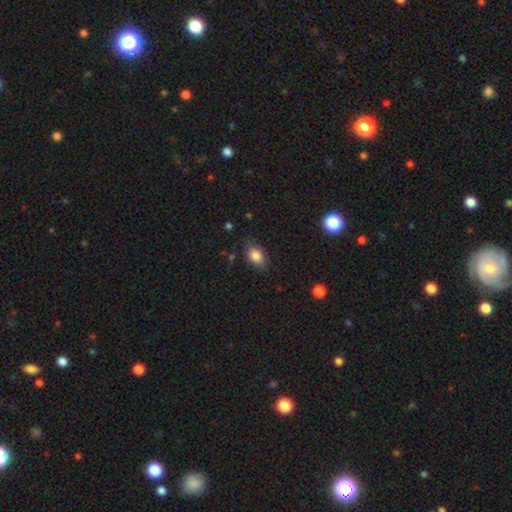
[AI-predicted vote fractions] Smooth or featured? smooth (83%)
How rounded? in between (82%)
Merging? none (78%)